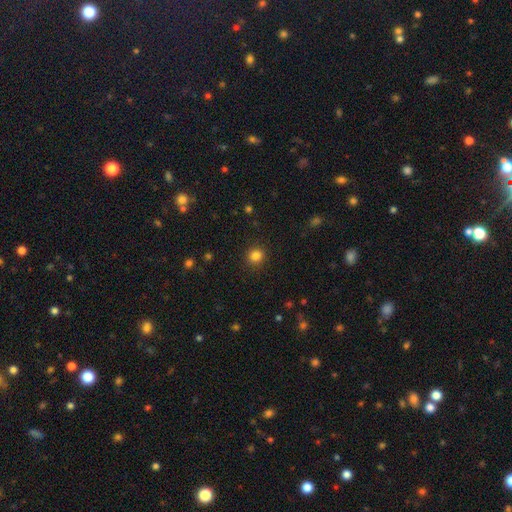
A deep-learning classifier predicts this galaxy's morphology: smooth-or-featured: smooth: 84% | star or artifact: 12% | featured or disk: 4%
  how-rounded: round: 89% | in between: 10% | cigar-shaped: 1%
  merging: none: 90% | minor disturbance: 6% | major disturbance: 2% | merger: 1%